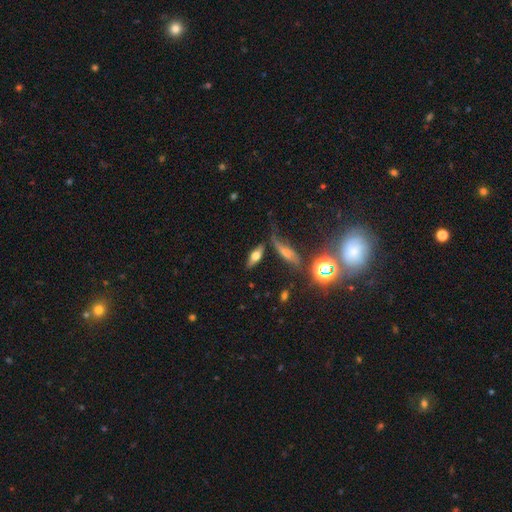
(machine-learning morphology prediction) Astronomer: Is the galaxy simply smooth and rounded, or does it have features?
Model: smooth — 50% (runner-up: featured or disk, 38%).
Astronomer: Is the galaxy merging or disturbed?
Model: none — 68%.